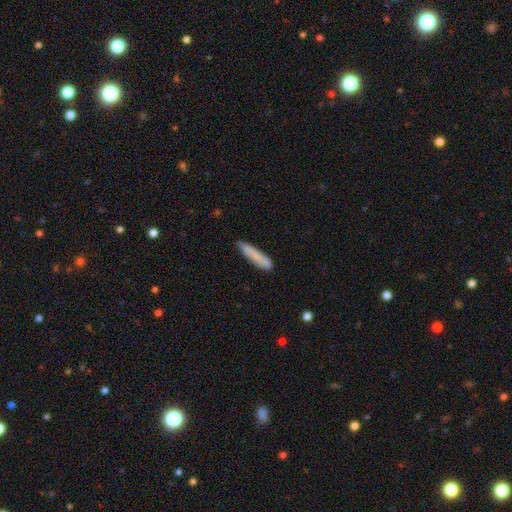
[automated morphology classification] smooth 80%, featured or disk 13%, star or artifact 7%. Down the decision tree: how rounded — cigar-shaped (88%); merging — none (76%).